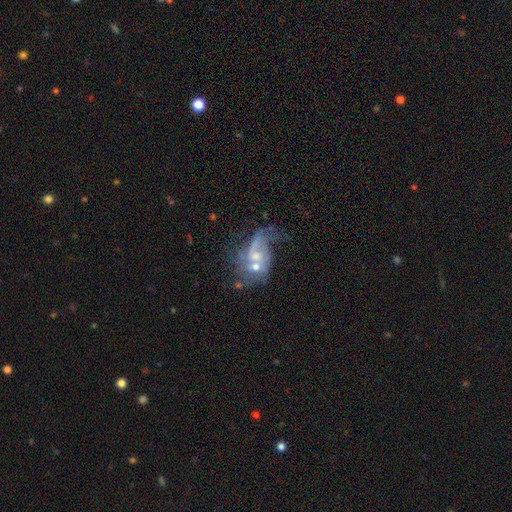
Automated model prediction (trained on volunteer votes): This appears to be a featured or disk galaxy (68%) with no bar (71%), spiral arms (61%) and a small central bulge (42%). Merging: merger (36%).